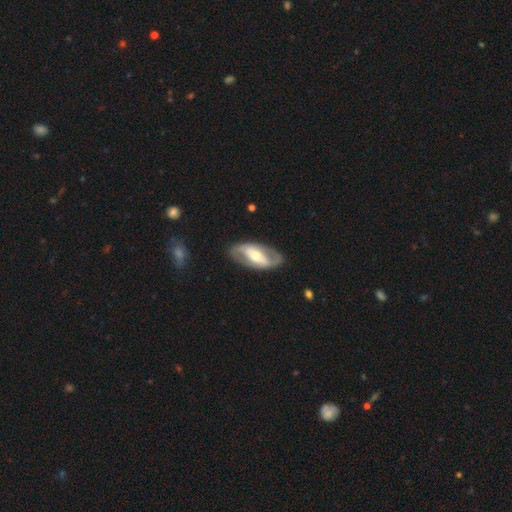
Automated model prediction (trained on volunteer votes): Morphology: type=featured or disk (73%); edge-on=no (90%); bar=strong (46%); spiral arms=yes (60%); bulge=moderate (61%); merging=none (82%).